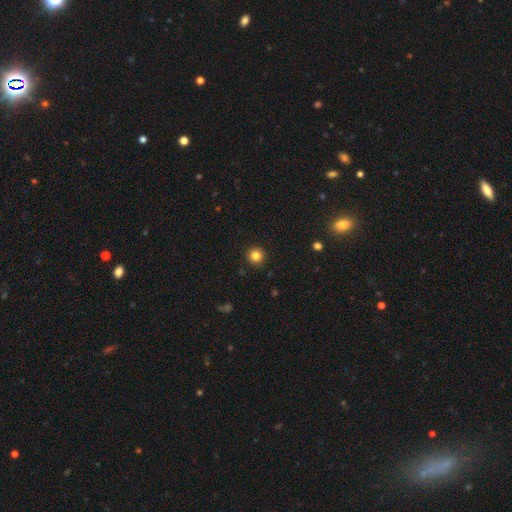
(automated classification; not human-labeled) Smooth or featured: smooth — 83% (star or artifact — 12%)
How rounded: round — 95% (in between — 4%)
Merging: none — 93% (minor disturbance — 5%)